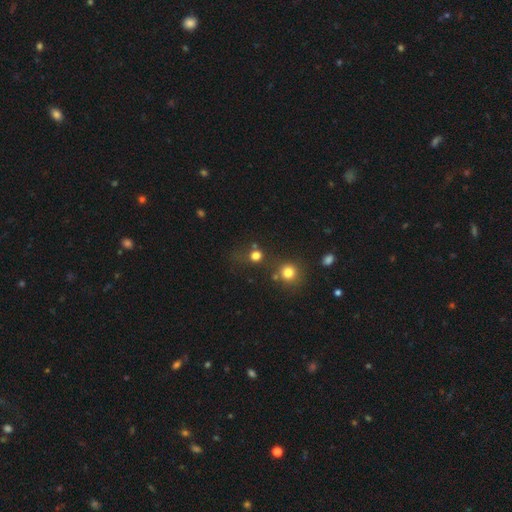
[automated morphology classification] The model was most divided on "merging": none: 64%, merger: 18%, minor disturbance: 11%, major disturbance: 8%. More confident: how rounded — round (87%); smooth or featured — smooth (72%).